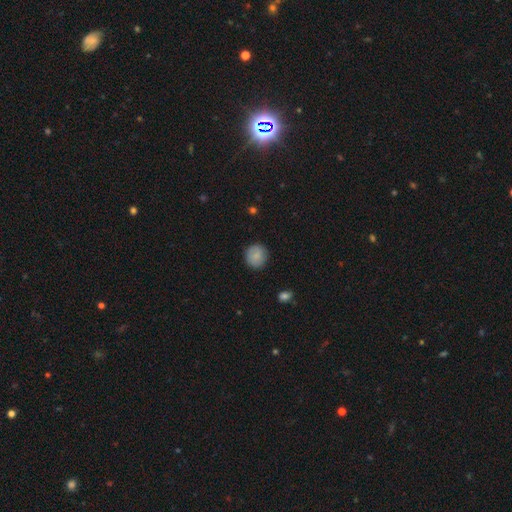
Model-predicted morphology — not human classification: Smooth or featured?
  - smooth: 83% *
  - featured or disk: 10%
  - star or artifact: 7%
How rounded?
  - round: 91% *
  - in between: 8%
  - cigar-shaped: 1%
Merging?
  - none: 86% *
  - minor disturbance: 10%
  - major disturbance: 2%
  - merger: 1%